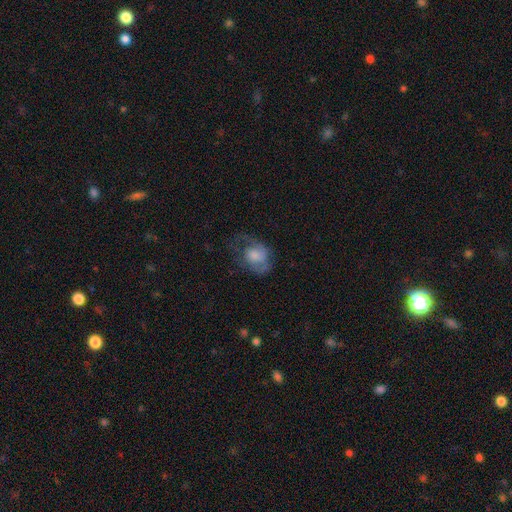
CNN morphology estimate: type=smooth (48%); merging=none (38%).